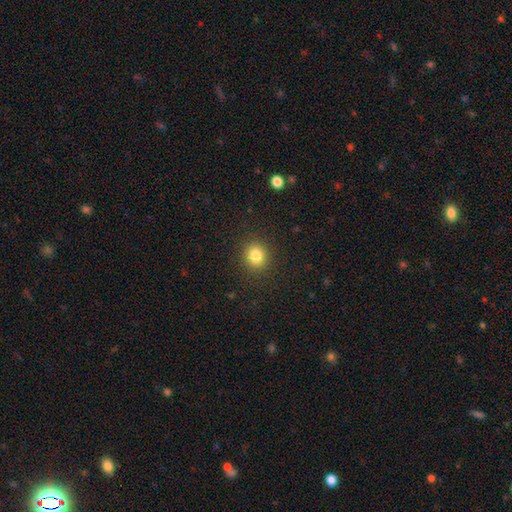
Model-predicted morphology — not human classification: A smooth galaxy with no disk features (83%) that is round (83%). Merging: none (89%).